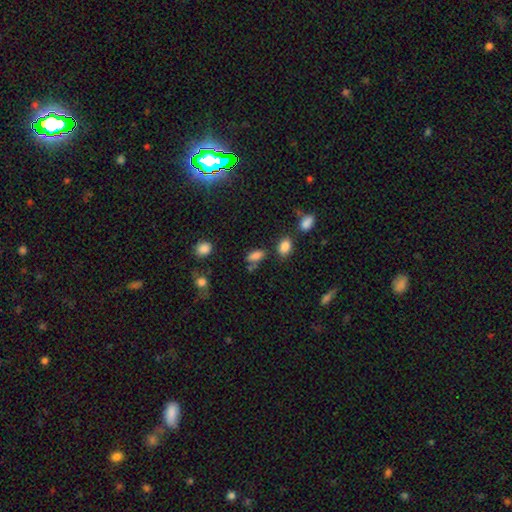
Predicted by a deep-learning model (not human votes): Overall: smooth (82%). How rounded: in between (88%). Merging: none (62%).